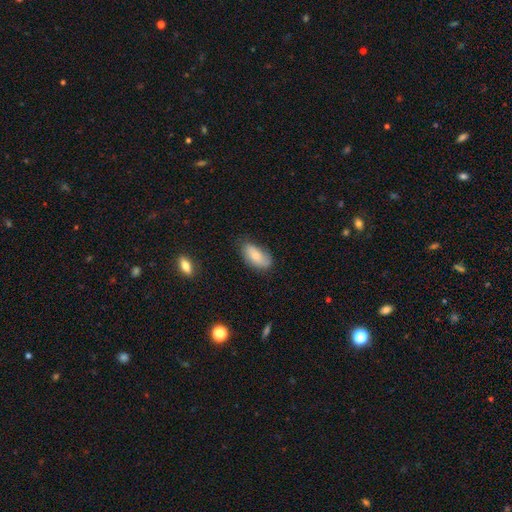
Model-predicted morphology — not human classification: smooth 79%, featured or disk 14%, star or artifact 7%. Down the decision tree: how rounded — in between (92%); merging — none (66%).